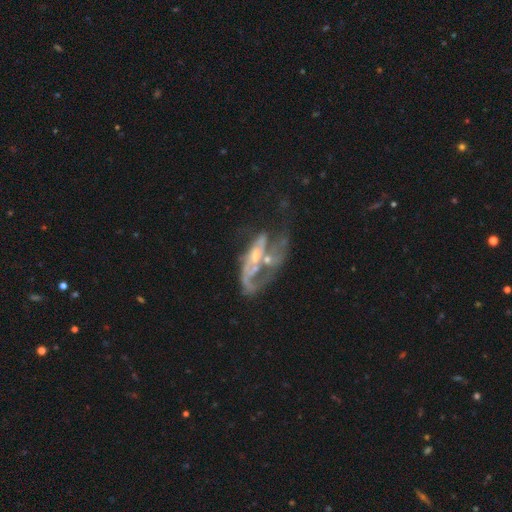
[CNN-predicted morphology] type=featured or disk (76%); edge-on=no (92%); bar=no (61%); spiral arms=yes (64%); bulge=small (46%); merging=major disturbance (35%).